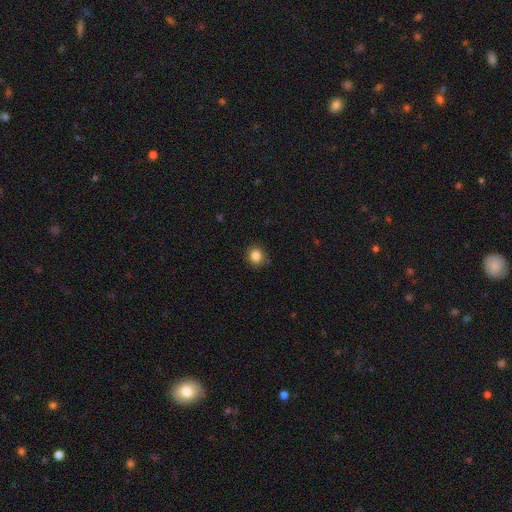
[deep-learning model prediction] Smooth or featured?
  - smooth: 84% *
  - star or artifact: 11%
  - featured or disk: 5%
How rounded?
  - round: 87% *
  - in between: 12%
  - cigar-shaped: 1%
Merging?
  - none: 88% *
  - minor disturbance: 9%
  - major disturbance: 2%
  - merger: 1%